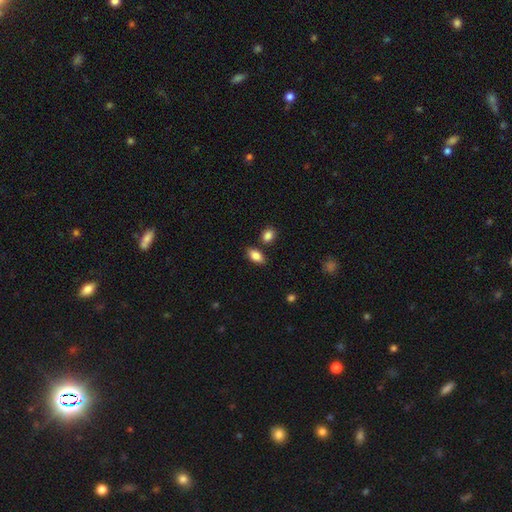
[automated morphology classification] A smooth galaxy with no disk features (85%) that is in between round and cigar-shaped (88%). Merging: none (79%).